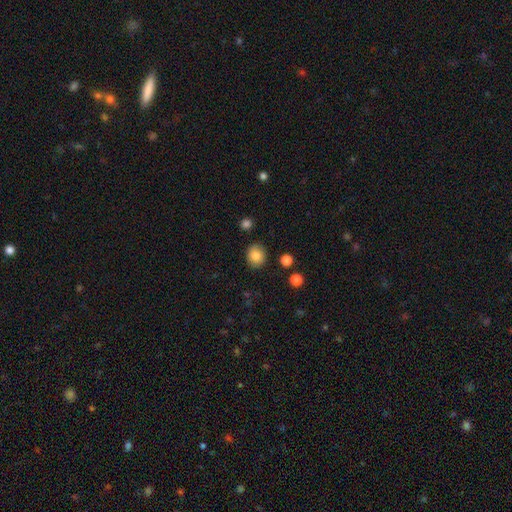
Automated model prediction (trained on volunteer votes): This appears to be a smooth galaxy with no disk features (84%) that is round (74%). Merging: none (88%).